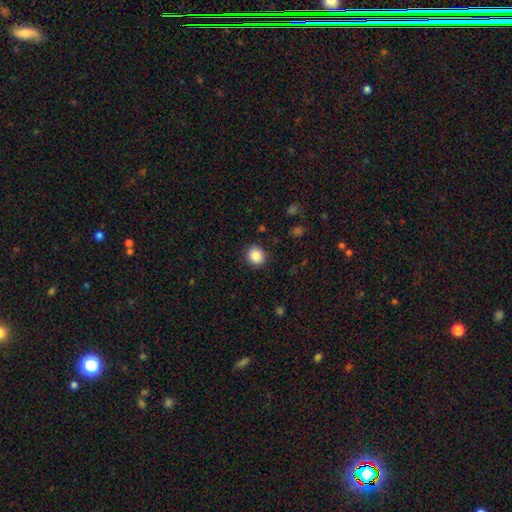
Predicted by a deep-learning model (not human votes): This is clearly a smooth galaxy (87%). How rounded: clearly round (82%). Merging: clearly none (89%).